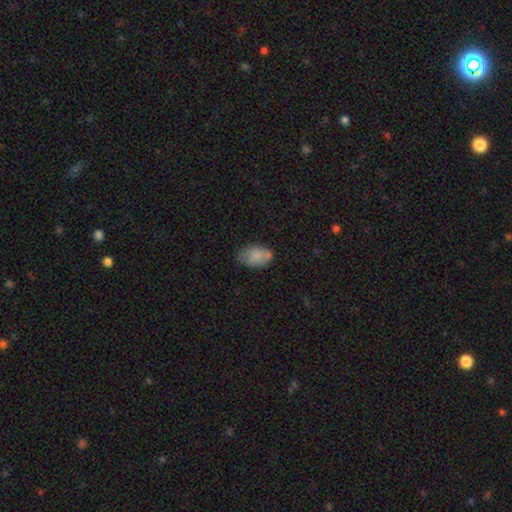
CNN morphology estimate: Smooth or featured? smooth (82%)
How rounded? in between (89%)
Merging? none (60%)